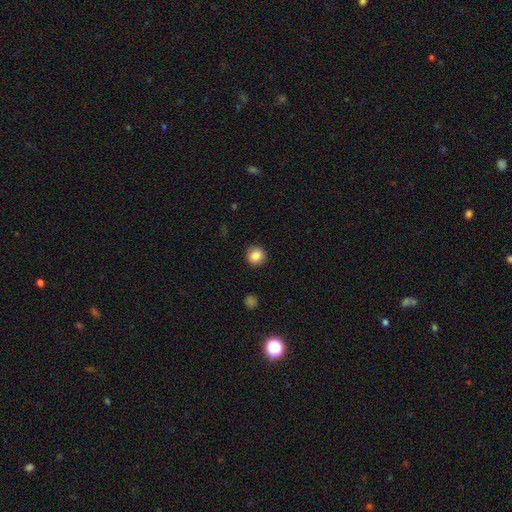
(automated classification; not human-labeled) Smooth or featured: smooth — 86% (star or artifact — 9%)
How rounded: round — 92% (in between — 7%)
Merging: none — 91% (minor disturbance — 6%)